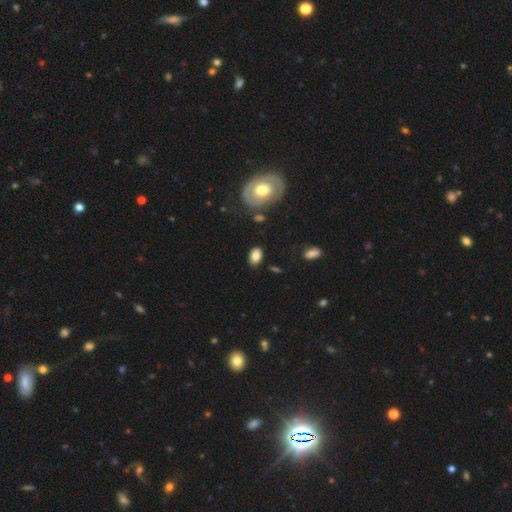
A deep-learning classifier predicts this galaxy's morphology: The model was most divided on "merging": none: 81%, minor disturbance: 13%, major disturbance: 4%, merger: 3%. More confident: how rounded — in between (86%); smooth or featured — smooth (81%).